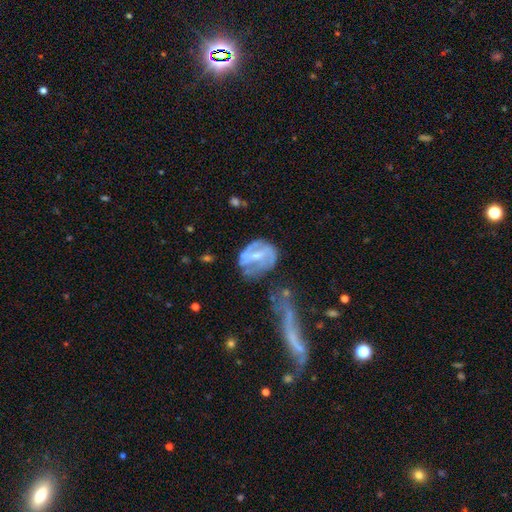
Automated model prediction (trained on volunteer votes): Morphology: type=featured or disk (69%); edge-on=no (96%); bar=weak (45%); spiral arms=yes (69%); bulge=small (49%); merging=none (42%).